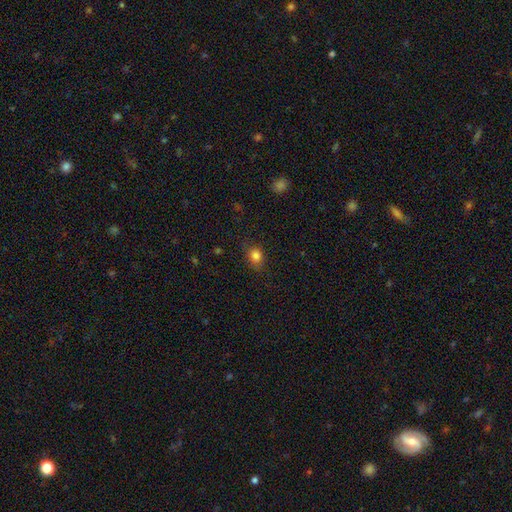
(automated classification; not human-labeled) Overall: smooth (82%). How rounded: round (56%; in between 42%). Merging: none (79%).